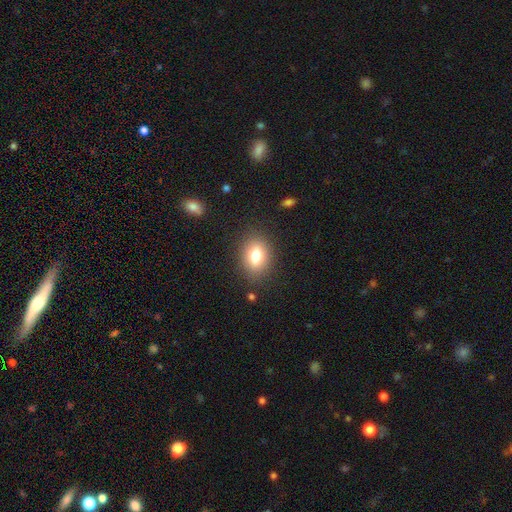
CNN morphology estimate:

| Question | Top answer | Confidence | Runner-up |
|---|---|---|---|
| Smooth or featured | smooth | 79% | featured or disk (12%) |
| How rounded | in between | 75% | round (23%) |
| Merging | none | 85% | minor disturbance (10%) |